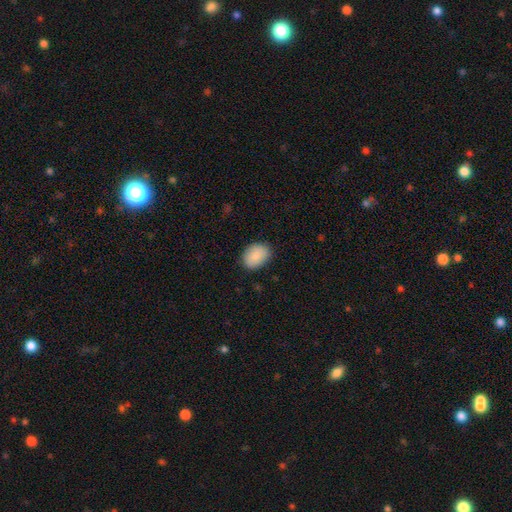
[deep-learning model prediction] This is clearly a smooth galaxy (89%). How rounded: likely in between (76%). Merging: clearly none (83%).